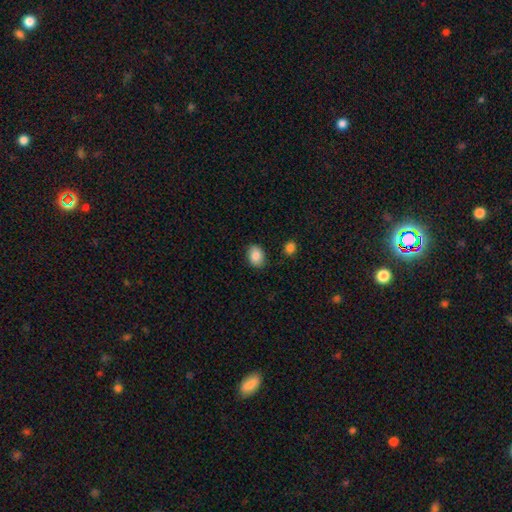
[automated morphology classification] The model was most divided on "how rounded": in between: 65%, round: 34%, cigar-shaped: 1%. More confident: smooth or featured — smooth (85%); merging — none (84%).